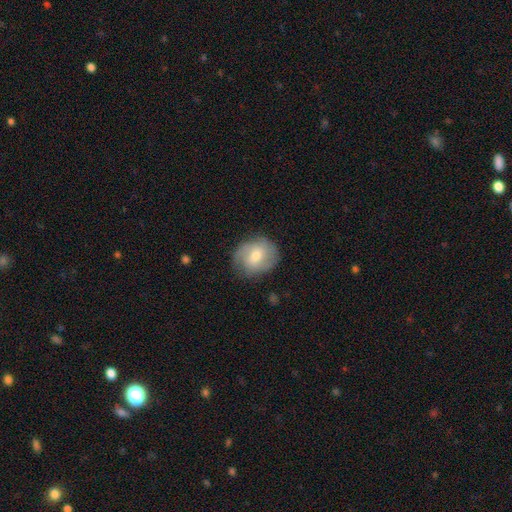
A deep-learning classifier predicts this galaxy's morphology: A featured or disk galaxy (49%).

Vote fractions:
- Smooth or featured? featured or disk: 49% / smooth: 43% / star or artifact: 7%
- Merging? none: 76% / minor disturbance: 18% / major disturbance: 6% / merger: 1%